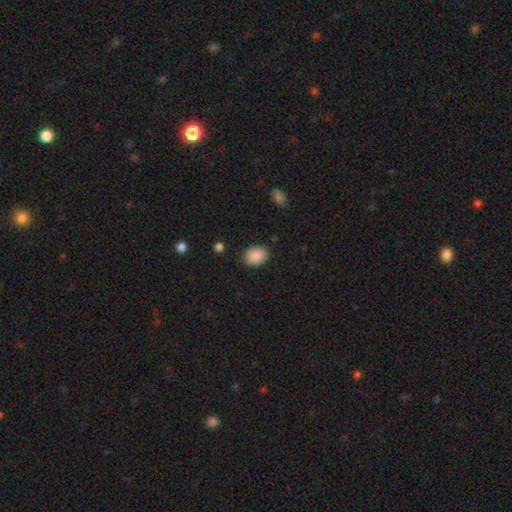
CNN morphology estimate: Smooth or featured? smooth (89%)
How rounded? in between (67%)
Merging? none (87%)